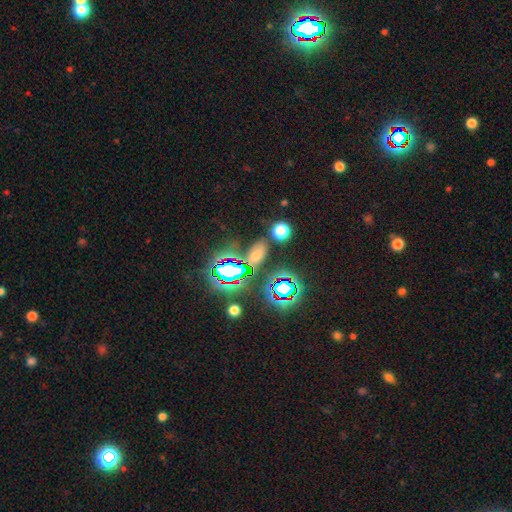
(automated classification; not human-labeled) The model was most divided on "smooth or featured" (2-way tie): star or artifact: 45%, smooth: 45%, featured or disk: 10%.